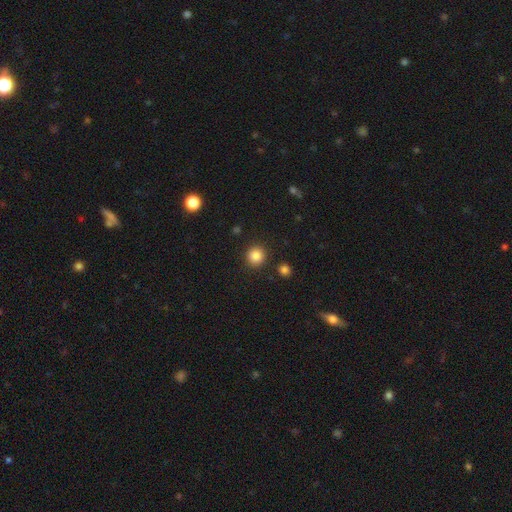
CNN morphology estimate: Overall: smooth (86%). How rounded: round (93%). Merging: none (90%).